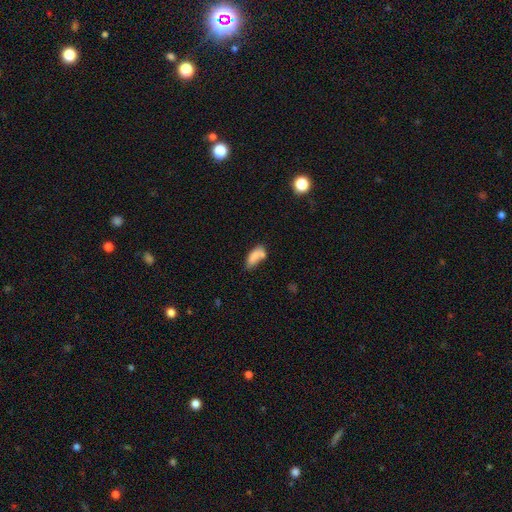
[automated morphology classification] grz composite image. It shows a smooth galaxy with no disk features (78%) that is in between round and cigar-shaped (83%). Merging: none (38%).